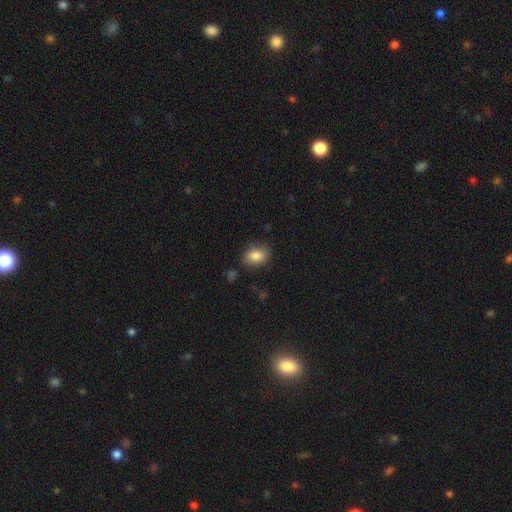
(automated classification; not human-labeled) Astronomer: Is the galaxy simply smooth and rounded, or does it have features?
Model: smooth — 84%.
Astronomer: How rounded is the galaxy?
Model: in between — 77%.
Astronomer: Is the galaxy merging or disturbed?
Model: none — 80%.